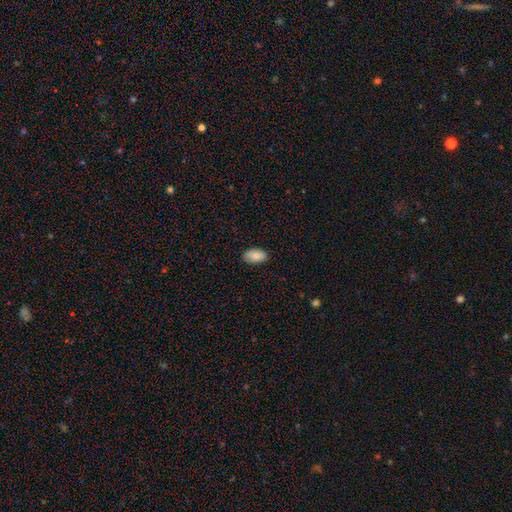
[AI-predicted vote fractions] The model was most divided on "merging": none: 85%, minor disturbance: 12%, major disturbance: 2%, merger: 1%. More confident: how rounded — in between (94%); smooth or featured — smooth (86%).